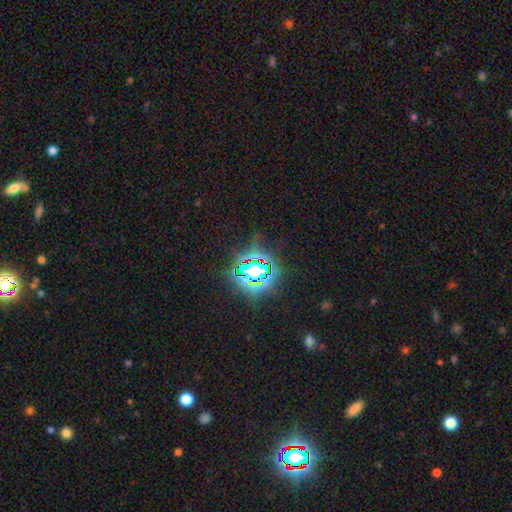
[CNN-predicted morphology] smooth-or-featured: star or artifact: 81% | smooth: 11% | featured or disk: 7%